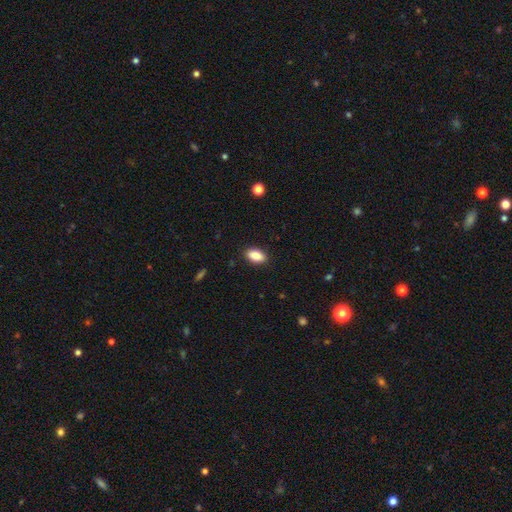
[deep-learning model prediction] Smooth or featured?
  - smooth: 88% *
  - star or artifact: 7%
  - featured or disk: 4%
How rounded?
  - in between: 92% *
  - round: 5%
  - cigar-shaped: 3%
Merging?
  - none: 88% *
  - minor disturbance: 9%
  - major disturbance: 2%
  - merger: 1%